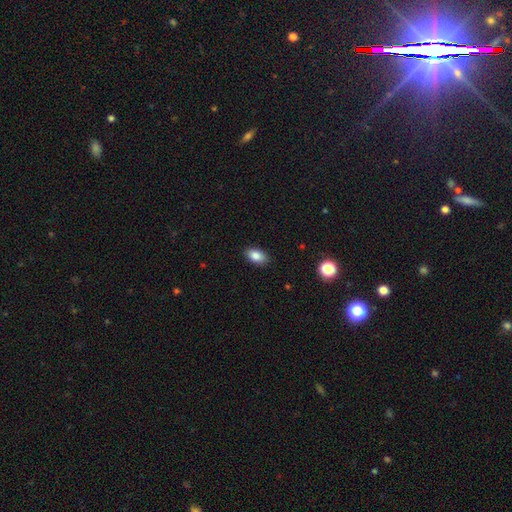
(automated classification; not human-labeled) Smooth or featured? smooth (86%)
How rounded? in between (91%)
Merging? none (89%)